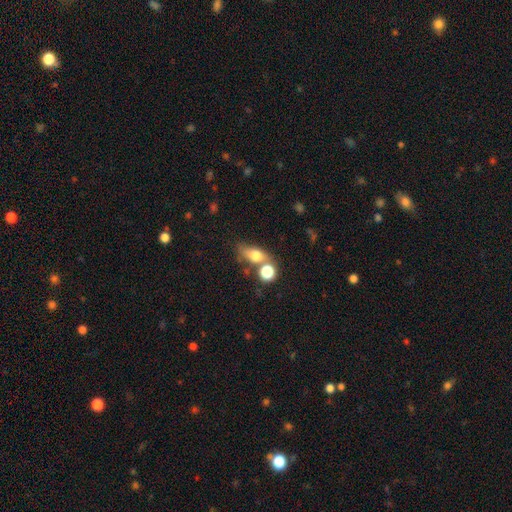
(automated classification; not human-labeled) This is likely a smooth galaxy (69%). How rounded: likely in between (61%). Merging: possibly none (46%).